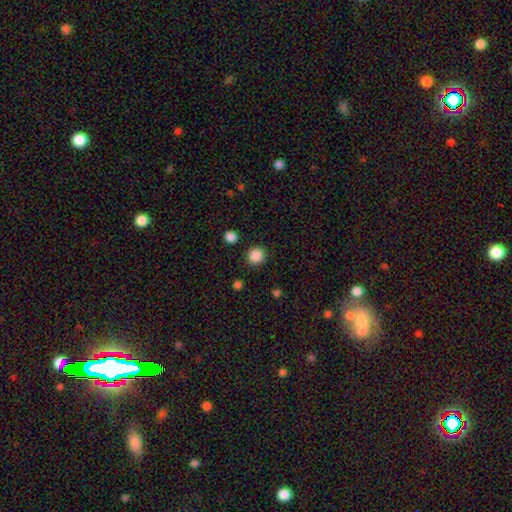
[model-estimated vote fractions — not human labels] Smooth or featured: smooth — 87% (star or artifact — 10%)
How rounded: round — 89% (in between — 10%)
Merging: none — 90% (minor disturbance — 6%)